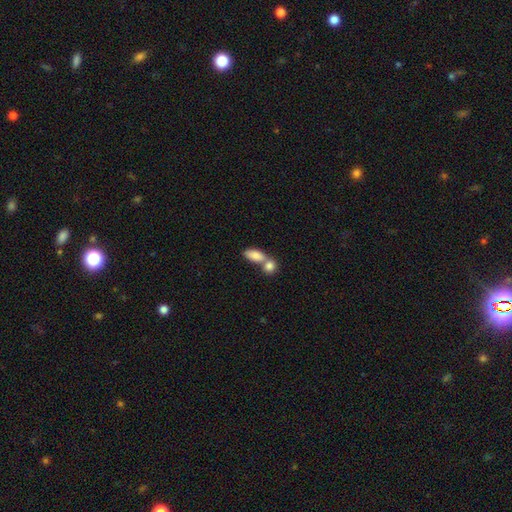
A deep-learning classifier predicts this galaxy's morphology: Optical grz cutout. It shows a smooth galaxy with no disk features (83%) that is in between round and cigar-shaped (85%). Merging: merger (58%).